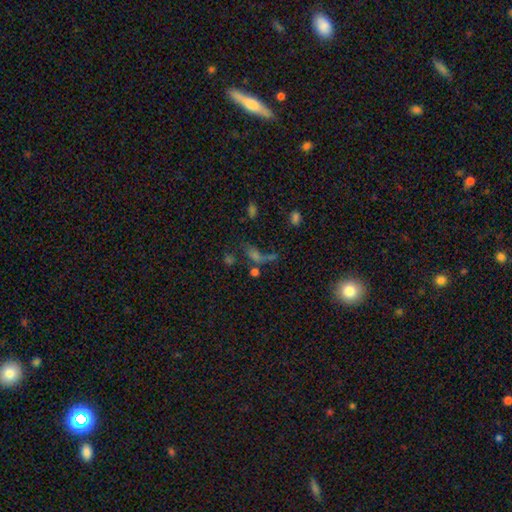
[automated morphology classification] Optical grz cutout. It shows a star or artifact, not a galaxy (45%).